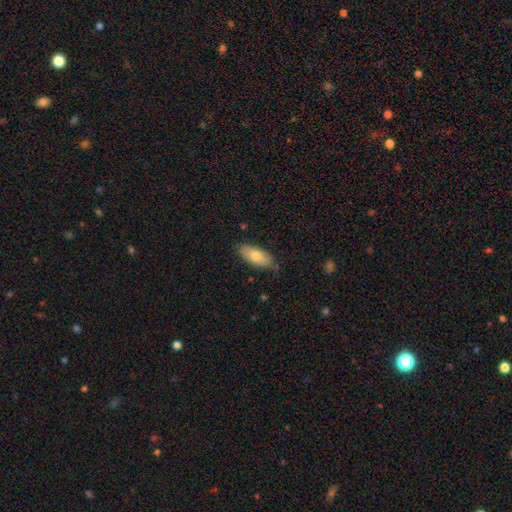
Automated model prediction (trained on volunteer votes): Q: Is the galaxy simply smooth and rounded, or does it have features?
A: smooth — 77%.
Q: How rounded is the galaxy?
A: in between — 85%.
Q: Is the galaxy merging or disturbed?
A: none — 78%.